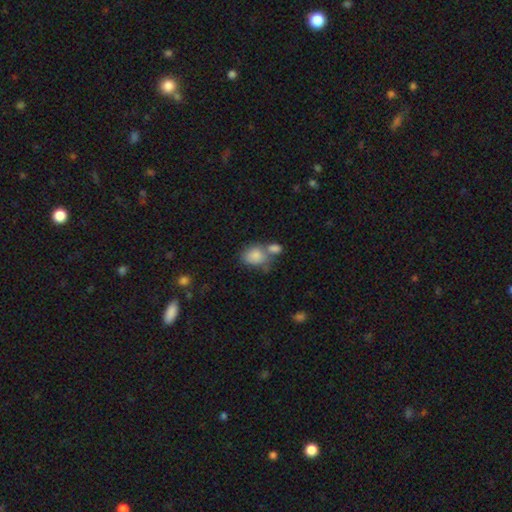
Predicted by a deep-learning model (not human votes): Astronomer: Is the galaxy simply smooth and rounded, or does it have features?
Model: smooth — 83%.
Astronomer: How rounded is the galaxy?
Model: in between — 66%.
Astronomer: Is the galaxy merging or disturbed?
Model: merger — 47% (runner-up: none, 33%).